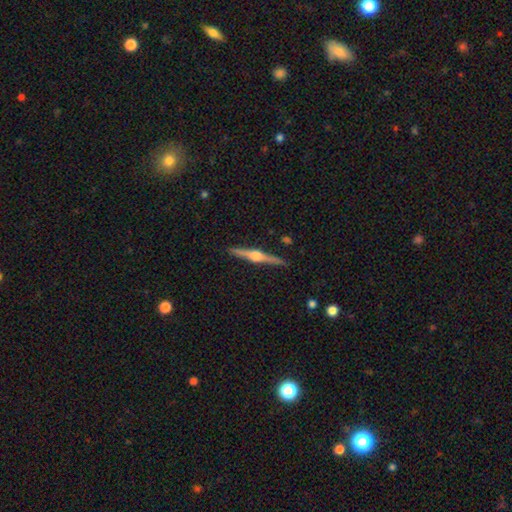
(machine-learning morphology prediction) Smooth or featured? Predicted: featured or disk (p=0.82). Edge-on disk? Predicted: yes (p=0.98). Edge-on bulge? Predicted: rounded (p=0.92). Merging? Predicted: none (p=0.91).